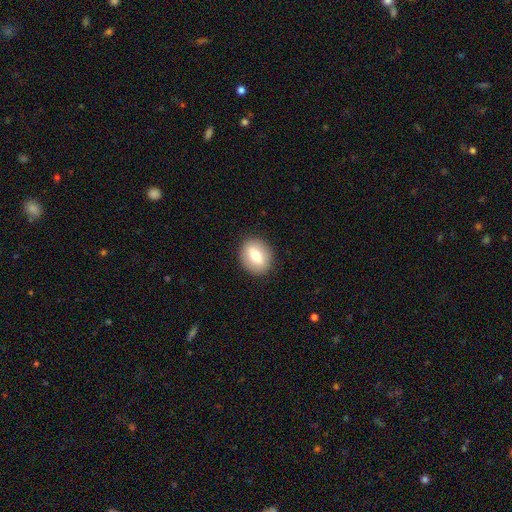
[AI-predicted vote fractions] Smooth or featured?
  - smooth: 68% *
  - featured or disk: 24%
  - star or artifact: 8%
How rounded?
  - round: 51% *
  - in between: 48%
  - cigar-shaped: 2%
Merging?
  - none: 89% *
  - minor disturbance: 7%
  - major disturbance: 2%
  - merger: 1%